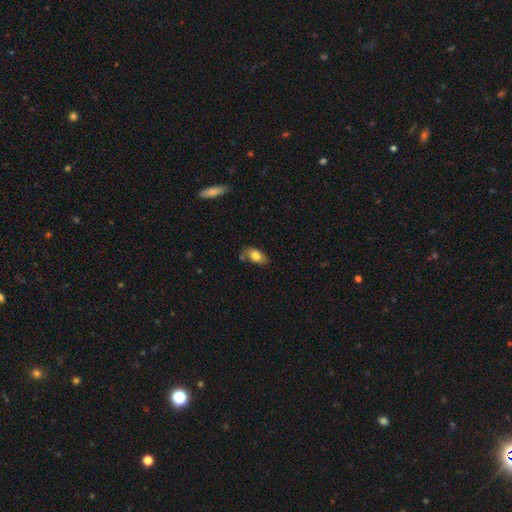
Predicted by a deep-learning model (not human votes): smooth 74%, featured or disk 18%, star or artifact 7%. Down the decision tree: how rounded — in between (89%); merging — none (60%).